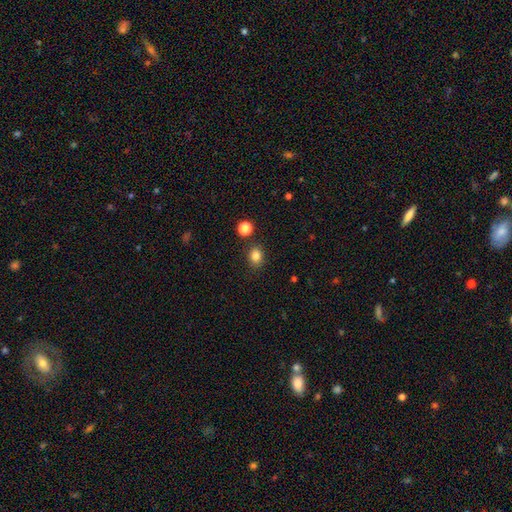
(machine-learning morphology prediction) The model was most divided on "how rounded": round: 61%, in between: 39%, cigar-shaped: 1%. More confident: merging — none (84%); smooth or featured — smooth (82%).